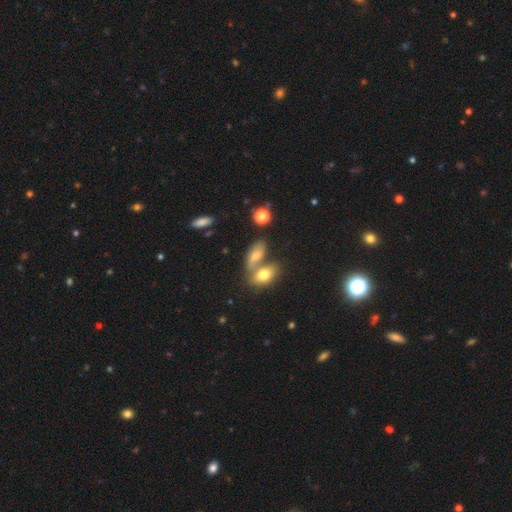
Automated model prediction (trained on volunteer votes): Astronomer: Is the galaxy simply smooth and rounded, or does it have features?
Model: smooth — 66%.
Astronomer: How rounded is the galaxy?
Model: in between — 81%.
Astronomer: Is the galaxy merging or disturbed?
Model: merger — 51% (runner-up: none, 32%).